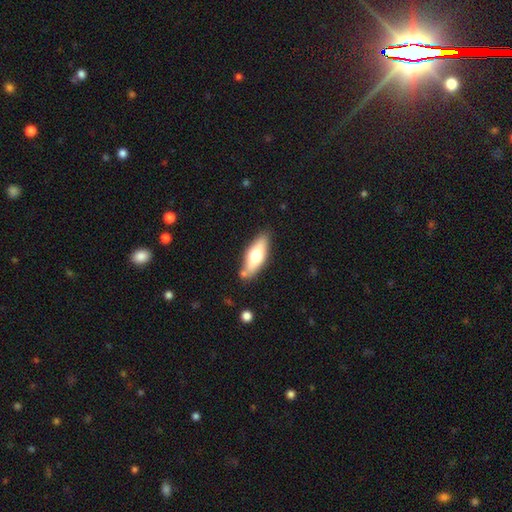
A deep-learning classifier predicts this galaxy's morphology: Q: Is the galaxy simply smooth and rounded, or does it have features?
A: smooth — 58%.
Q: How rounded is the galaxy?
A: in between — 61%.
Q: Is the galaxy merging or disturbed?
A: none — 78%.